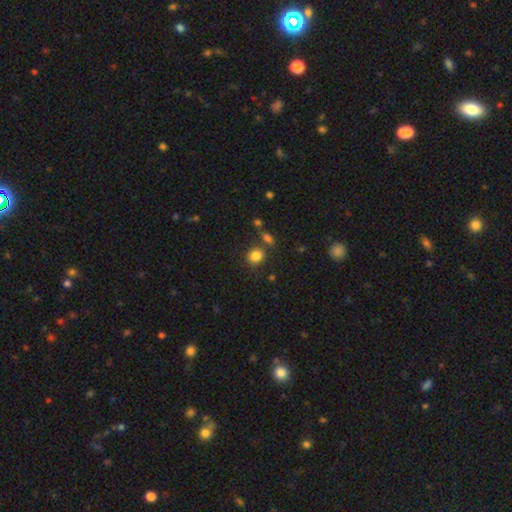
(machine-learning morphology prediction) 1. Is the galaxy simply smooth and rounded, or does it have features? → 83% smooth, 12% star or artifact, 6% featured or disk.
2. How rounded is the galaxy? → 75% round, 24% in between, 1% cigar-shaped.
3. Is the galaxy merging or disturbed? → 74% none, 11% minor disturbance, 11% merger, 4% major disturbance.